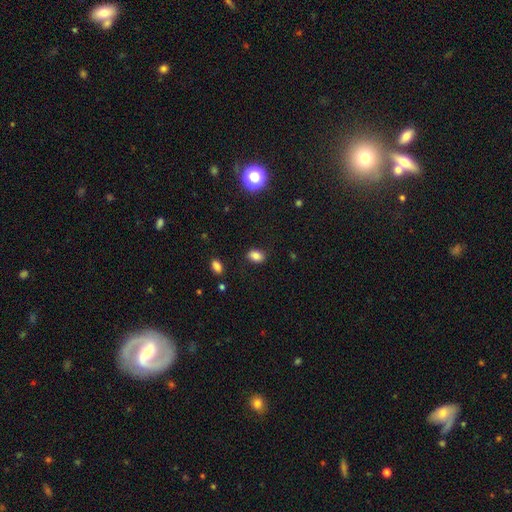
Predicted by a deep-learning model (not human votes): A smooth galaxy with no disk features (83%) that is in between round and cigar-shaped (78%). Merging: none (84%).